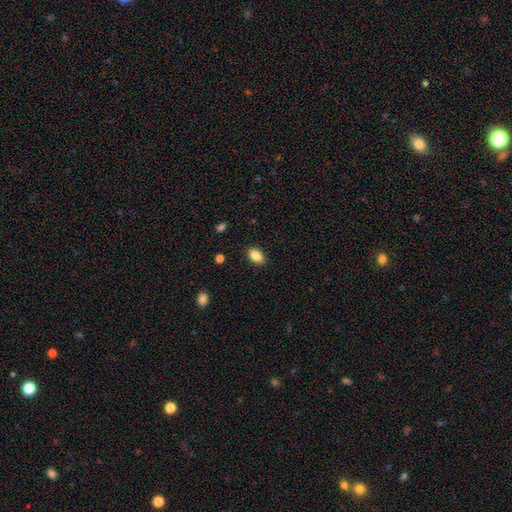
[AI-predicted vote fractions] Smooth or featured?
  - smooth: 85% *
  - star or artifact: 8%
  - featured or disk: 7%
How rounded?
  - in between: 90% *
  - round: 7%
  - cigar-shaped: 3%
Merging?
  - none: 88% *
  - minor disturbance: 9%
  - major disturbance: 2%
  - merger: 1%